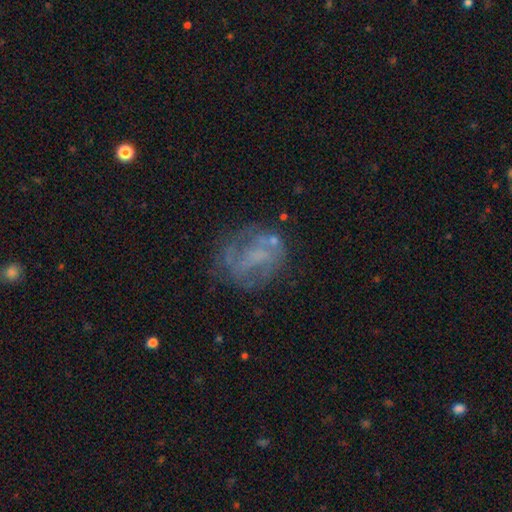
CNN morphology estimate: smooth-or-featured: featured or disk: 62% | smooth: 25% | star or artifact: 12%
  disk-edge-on: no: 98% | yes: 2%
    bar: no: 62% | weak: 28% | strong: 10%
    has-spiral-arms: no: 55% | yes: 45%
    bulge-size: none: 64% | small: 18% | moderate: 14% | large: 3% | dominant: 1%
  merging: none: 57% | minor disturbance: 20% | major disturbance: 19% | merger: 5%